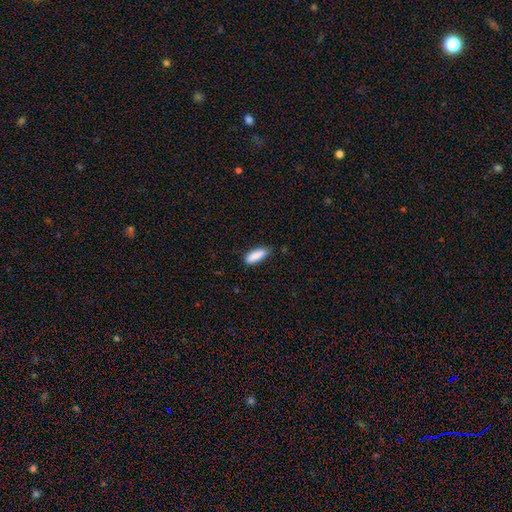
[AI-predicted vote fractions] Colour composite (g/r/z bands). It shows a smooth galaxy with no disk features (88%) that is in between round and cigar-shaped (59%). Merging: none (79%).